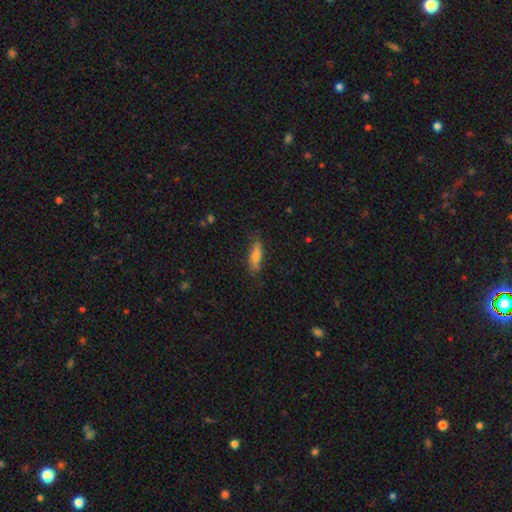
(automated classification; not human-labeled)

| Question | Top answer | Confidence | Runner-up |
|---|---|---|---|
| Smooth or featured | smooth | 71% | featured or disk (21%) |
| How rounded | cigar-shaped | 66% | in between (32%) |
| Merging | none | 78% | minor disturbance (17%) |